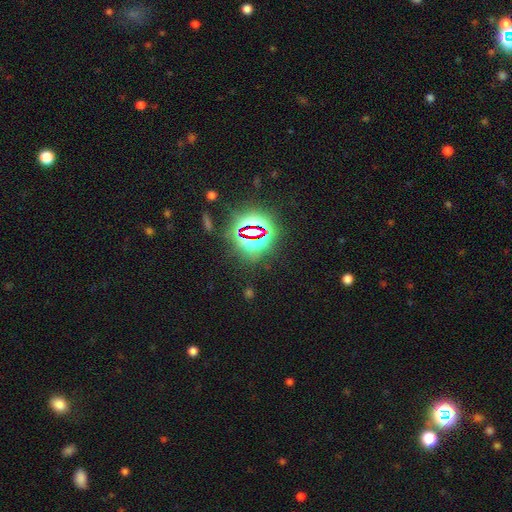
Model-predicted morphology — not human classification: star or artifact 82%, smooth 11%, featured or disk 8%.